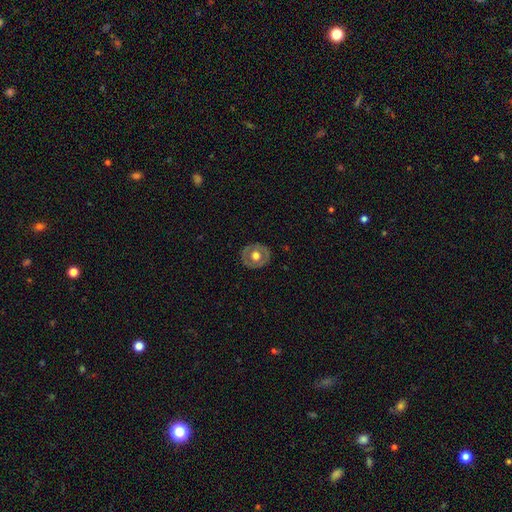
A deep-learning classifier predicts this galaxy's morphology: The model was most divided on "smooth or featured": featured or disk: 51%, smooth: 44%, star or artifact: 6%. More confident: edge-on disk — no (94%); merging — none (84%).